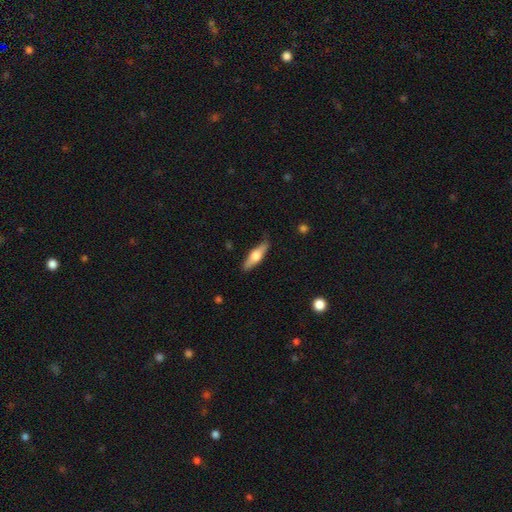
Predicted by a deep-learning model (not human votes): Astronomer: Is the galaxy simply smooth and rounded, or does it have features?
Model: smooth — 49% (runner-up: featured or disk, 45%).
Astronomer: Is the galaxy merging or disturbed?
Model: none — 85%.